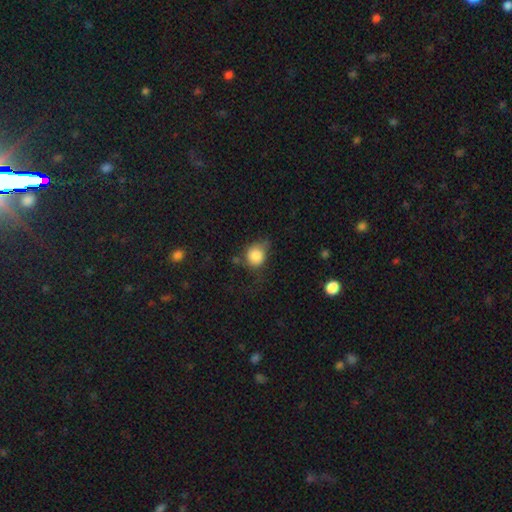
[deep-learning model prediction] Q: Smooth or featured?
A: smooth (82%); runner-up: star or artifact (9%)
Q: How rounded?
A: round (75%); runner-up: in between (24%)
Q: Merging?
A: none (44%); runner-up: minor disturbance (35%)